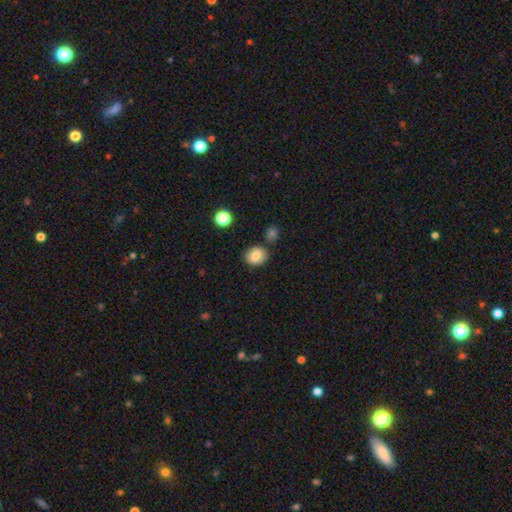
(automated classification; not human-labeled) A smooth galaxy with no disk features (80%) that is round (63%). Merging: none (78%).